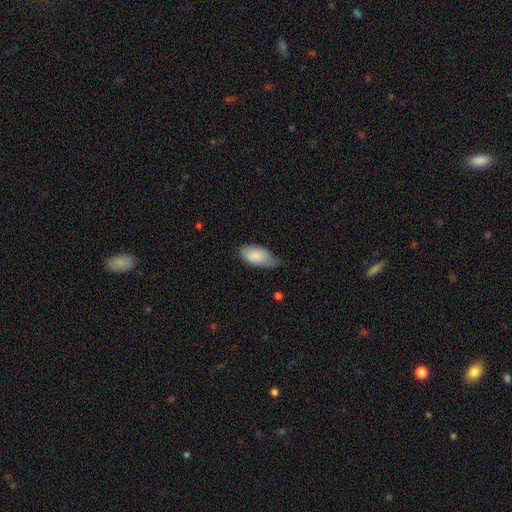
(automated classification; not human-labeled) Q: Smooth or featured?
A: smooth (85%); runner-up: featured or disk (9%)
Q: How rounded?
A: in between (93%); runner-up: cigar-shaped (4%)
Q: Merging?
A: none (46%); runner-up: minor disturbance (44%)